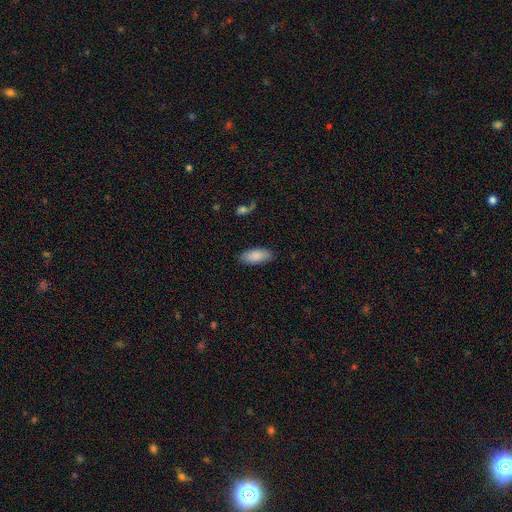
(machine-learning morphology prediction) The model was most divided on "merging": none: 85%, minor disturbance: 11%, major disturbance: 3%, merger: 1%. More confident: smooth or featured — smooth (88%); how rounded — in between (88%).